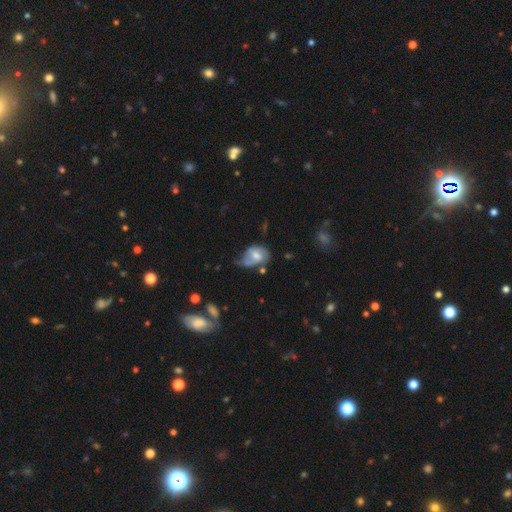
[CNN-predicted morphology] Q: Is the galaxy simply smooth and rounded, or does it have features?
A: featured or disk — 49%.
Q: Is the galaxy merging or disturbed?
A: minor disturbance — 37%.